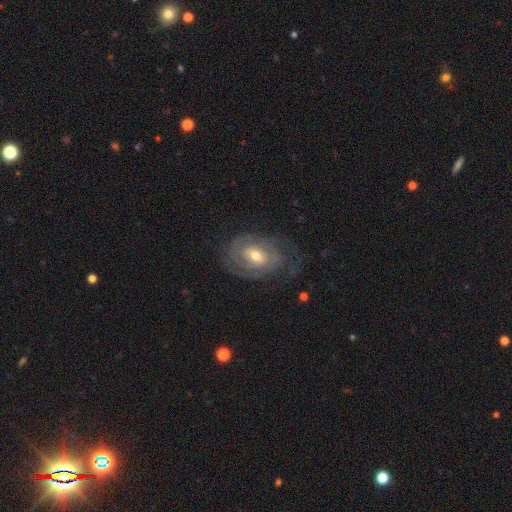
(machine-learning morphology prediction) Q: Smooth or featured?
A: featured or disk (76%); runner-up: smooth (17%)
Q: Edge-on disk?
A: no (95%); runner-up: yes (5%)
Q: Bar?
A: no (49%); runner-up: weak (39%)
Q: Spiral arms?
A: yes (85%); runner-up: no (15%)
Q: Spiral winding?
A: tight (62%); runner-up: medium (28%)
Q: Spiral arm count?
A: 2 (39%); runner-up: can't tell (37%)
Q: Bulge size?
A: moderate (58%); runner-up: small (36%)
Q: Merging?
A: none (63%); runner-up: minor disturbance (21%)